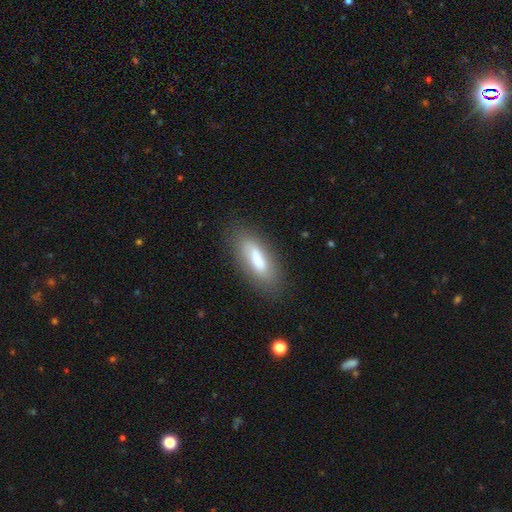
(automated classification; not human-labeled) Smooth or featured: smooth — 69% (featured or disk — 23%)
How rounded: in between — 52% (cigar-shaped — 46%)
Merging: none — 78% (minor disturbance — 15%)